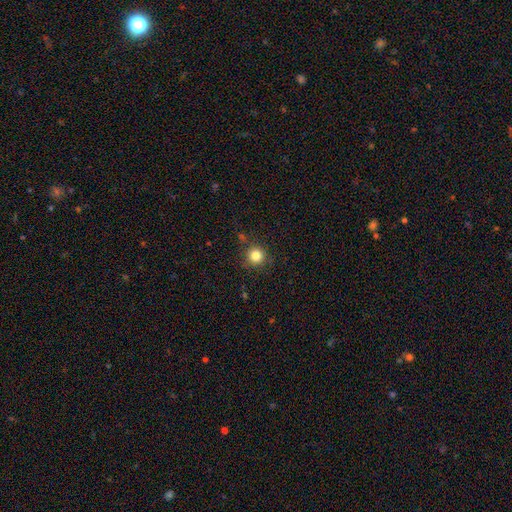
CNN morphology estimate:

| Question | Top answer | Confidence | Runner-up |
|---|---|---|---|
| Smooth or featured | smooth | 82% | star or artifact (12%) |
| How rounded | round | 94% | in between (5%) |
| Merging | none | 86% | minor disturbance (9%) |